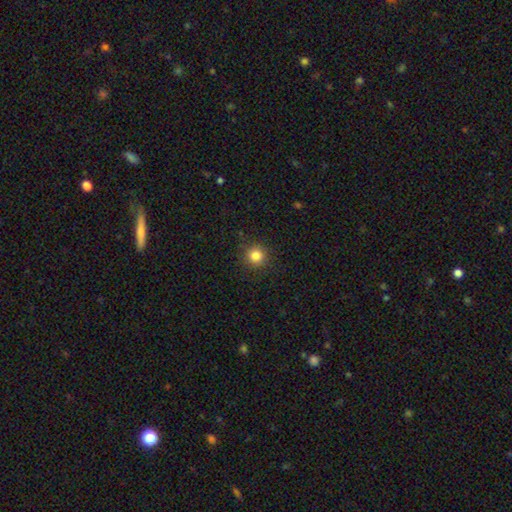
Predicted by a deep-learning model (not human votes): smooth 83%, star or artifact 12%, featured or disk 5%. Down the decision tree: how rounded — round (94%); merging — none (90%).